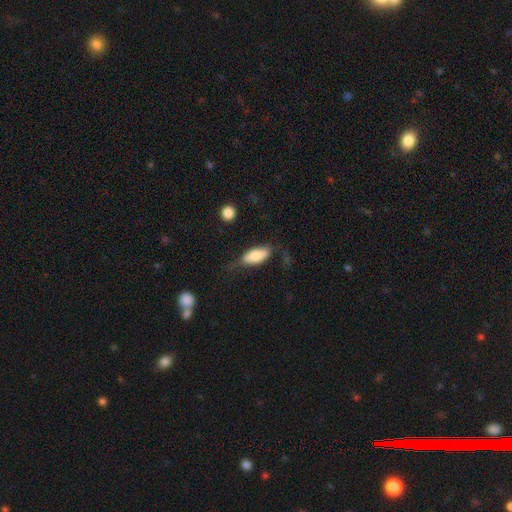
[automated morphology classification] Smooth or featured?
  - smooth: 74% *
  - featured or disk: 20%
  - star or artifact: 6%
How rounded?
  - in between: 80% *
  - cigar-shaped: 17%
  - round: 3%
Merging?
  - none: 52% *
  - minor disturbance: 29%
  - major disturbance: 17%
  - merger: 3%